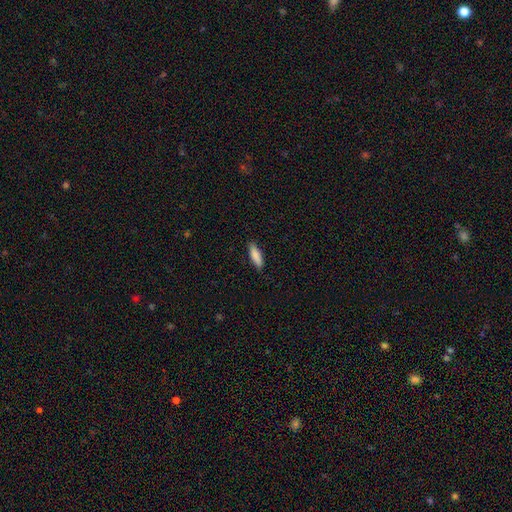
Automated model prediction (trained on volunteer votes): smooth_or_featured: smooth (p=0.86) [alt: featured or disk p=0.08]
how_rounded: cigar-shaped (p=0.56) [alt: in between p=0.42]
merging: none (p=0.87) [alt: minor disturbance p=0.10]